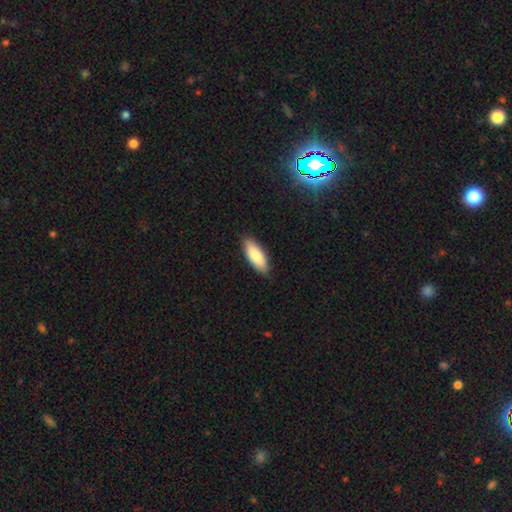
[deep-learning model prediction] smooth-or-featured: smooth: 87% | featured or disk: 8% | star or artifact: 5%
  how-rounded: in between: 76% | cigar-shaped: 22% | round: 2%
  merging: none: 87% | minor disturbance: 11% | major disturbance: 2% | merger: 1%